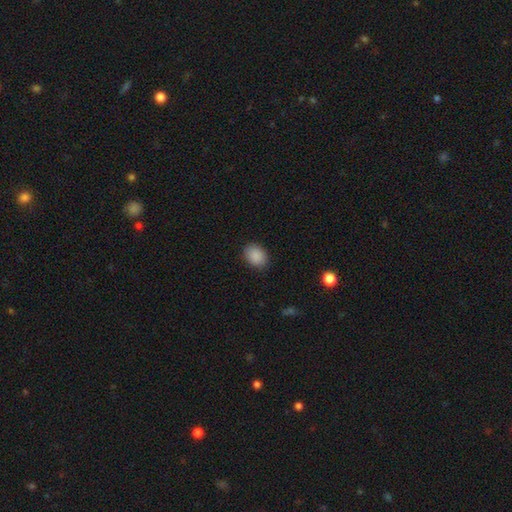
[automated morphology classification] Smooth or featured? Predicted: smooth (p=0.89). How rounded? Predicted: in between (p=0.63). Merging? Predicted: none (p=0.87).